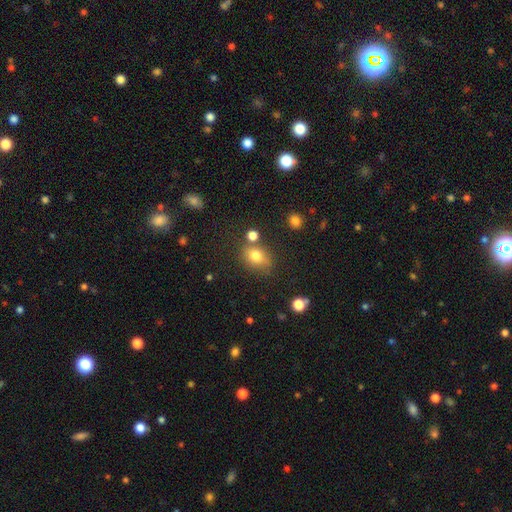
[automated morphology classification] A smooth galaxy with no disk features (78%) that is in between round and cigar-shaped (53%). Merging: none (66%).